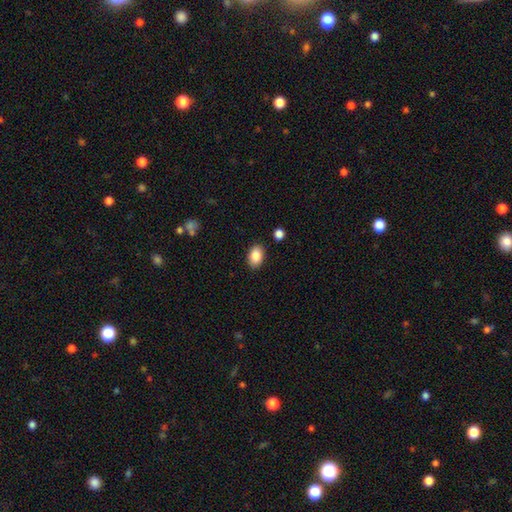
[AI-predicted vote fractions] Overall: smooth (87%). How rounded: in between (86%). Merging: none (87%).